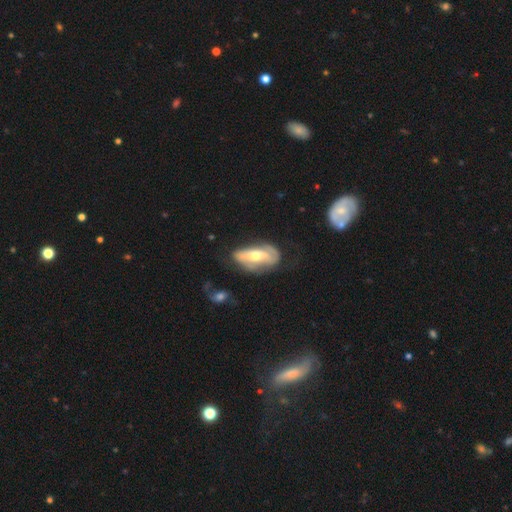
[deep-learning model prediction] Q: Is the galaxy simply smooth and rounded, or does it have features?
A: featured or disk — 58%.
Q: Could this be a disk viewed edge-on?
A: no — 84%.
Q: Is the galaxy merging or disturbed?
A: none — 50%.